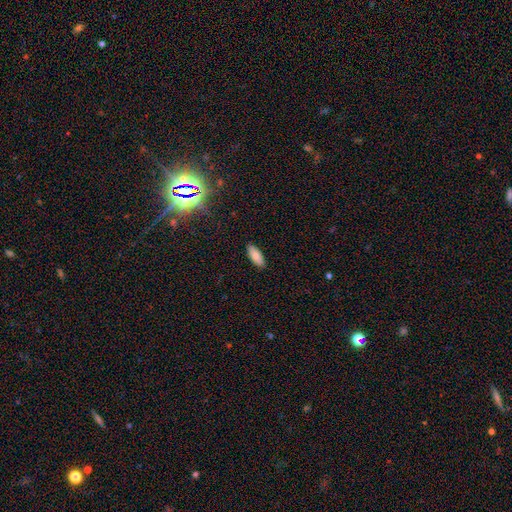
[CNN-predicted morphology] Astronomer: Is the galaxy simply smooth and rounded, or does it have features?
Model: smooth — 86%.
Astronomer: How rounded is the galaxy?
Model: in between — 80%.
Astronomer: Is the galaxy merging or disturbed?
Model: none — 89%.